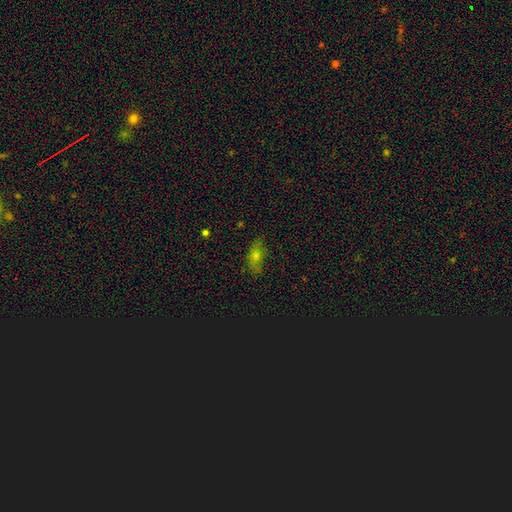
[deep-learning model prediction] Smooth or featured? smooth (52%)
How rounded? in between (75%)
Merging? none (74%)